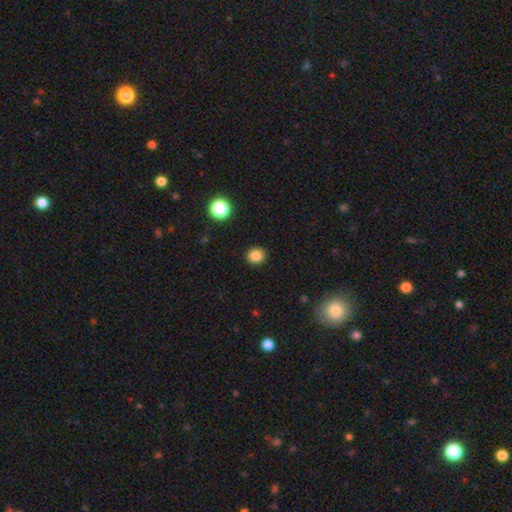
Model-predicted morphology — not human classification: This is clearly a smooth galaxy (84%). How rounded: clearly round (83%). Merging: clearly none (91%).